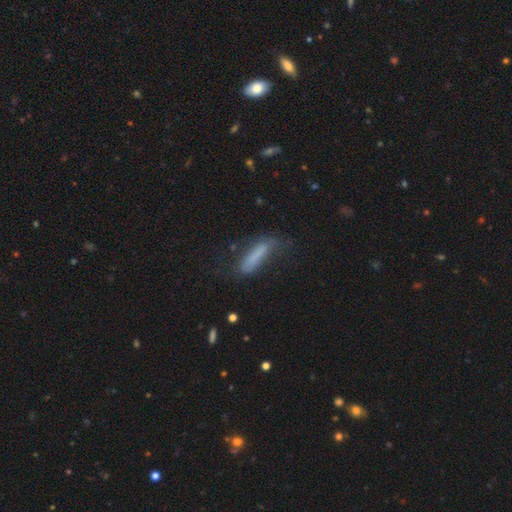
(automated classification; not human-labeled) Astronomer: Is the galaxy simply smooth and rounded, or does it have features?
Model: smooth — 67%.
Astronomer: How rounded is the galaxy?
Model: cigar-shaped — 72%.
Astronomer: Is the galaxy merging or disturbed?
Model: none — 44% (runner-up: minor disturbance, 29%).